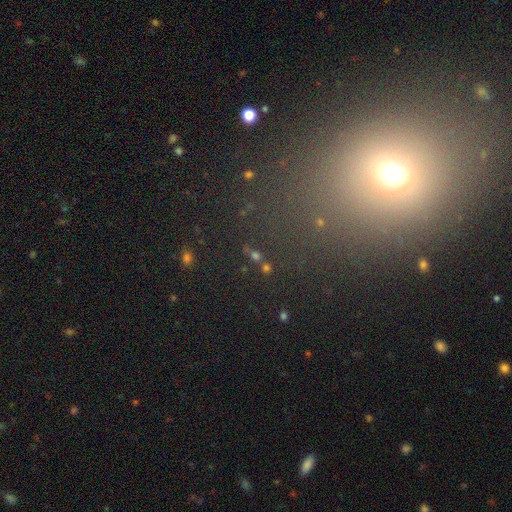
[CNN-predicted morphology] This is possibly a star or artifact rather than a galaxy (47%).